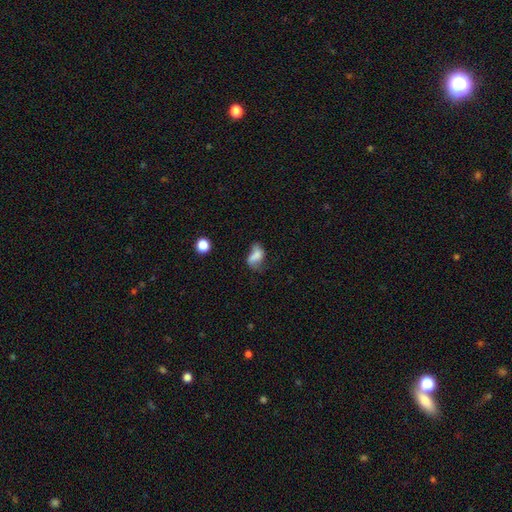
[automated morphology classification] Smooth or featured? Predicted: smooth (p=0.59). How rounded? Predicted: in between (p=0.79). Merging? Predicted: none (p=0.32).